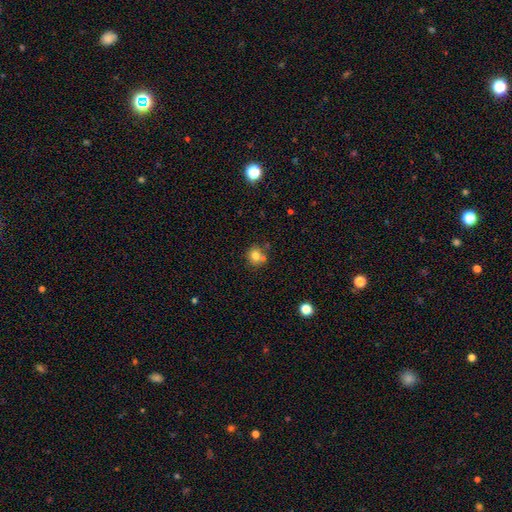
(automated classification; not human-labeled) Q: Smooth or featured?
A: smooth (77%); runner-up: star or artifact (12%)
Q: How rounded?
A: round (85%); runner-up: in between (15%)
Q: Merging?
A: none (60%); runner-up: merger (25%)